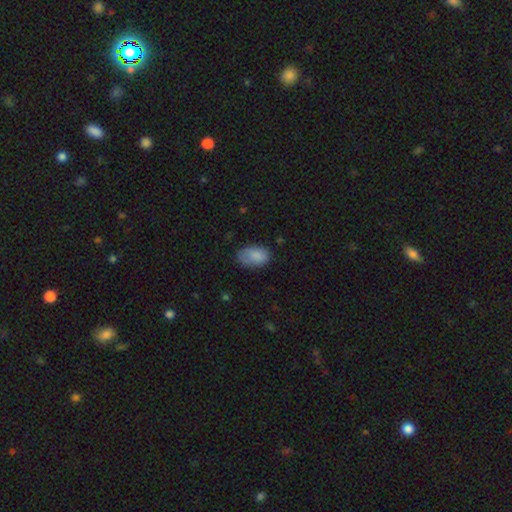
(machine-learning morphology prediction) Smooth or featured? Predicted: smooth (p=0.85). How rounded? Predicted: in between (p=0.91). Merging? Predicted: none (p=0.63).